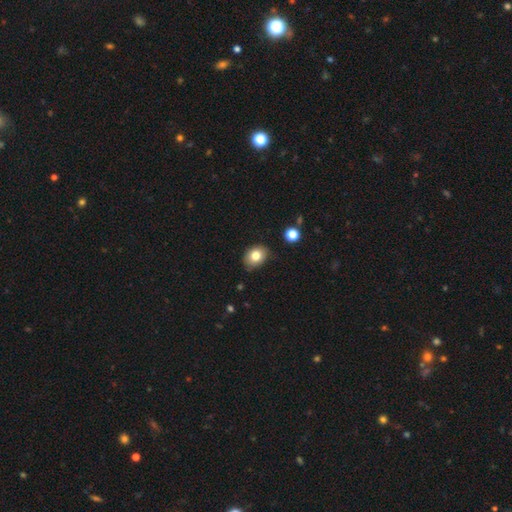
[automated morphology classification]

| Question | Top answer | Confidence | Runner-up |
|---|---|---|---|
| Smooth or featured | smooth | 80% | featured or disk (10%) |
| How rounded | in between | 60% | round (39%) |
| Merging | none | 79% | minor disturbance (16%) |